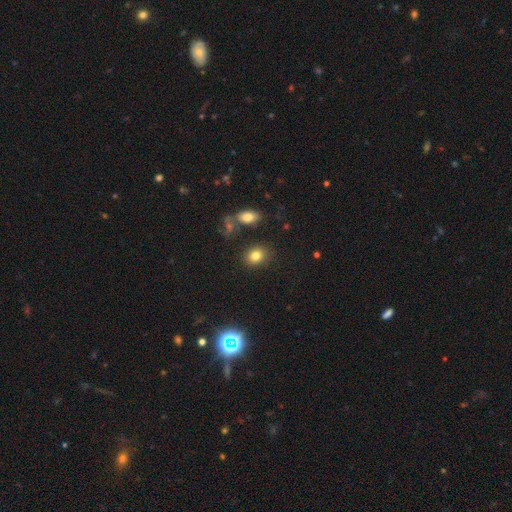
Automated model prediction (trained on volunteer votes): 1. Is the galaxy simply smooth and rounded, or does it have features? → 81% smooth, 11% star or artifact, 8% featured or disk.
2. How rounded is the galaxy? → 51% in between, 47% round, 1% cigar-shaped.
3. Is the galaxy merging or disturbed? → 83% none, 10% minor disturbance, 5% merger, 3% major disturbance.